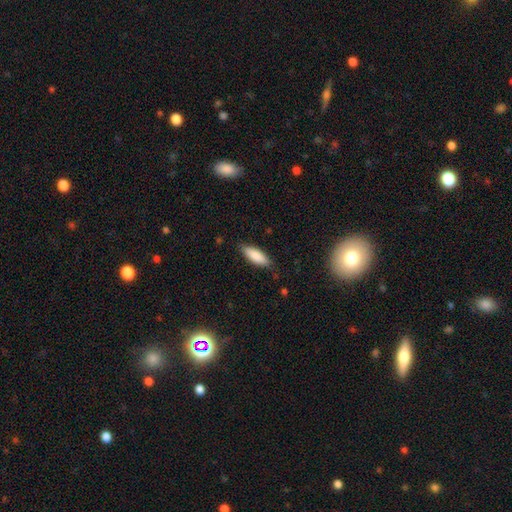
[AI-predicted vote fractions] smooth_or_featured: smooth (p=0.85) [alt: featured or disk p=0.09]
how_rounded: in between (p=0.62) [alt: cigar-shaped p=0.37]
merging: none (p=0.82) [alt: minor disturbance p=0.14]